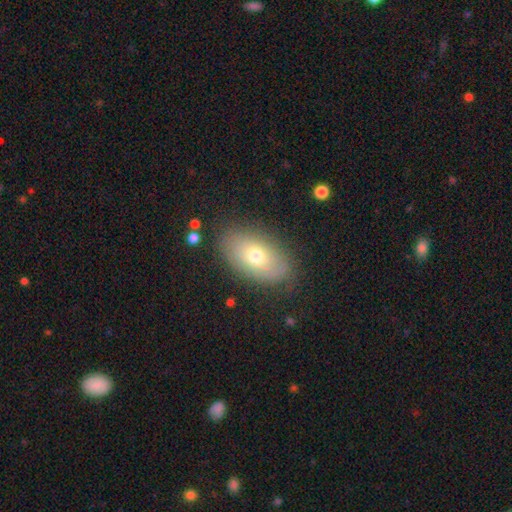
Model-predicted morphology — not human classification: The model was most divided on "smooth or featured": smooth: 67%, featured or disk: 24%, star or artifact: 9%. More confident: how rounded — in between (92%); merging — none (82%).